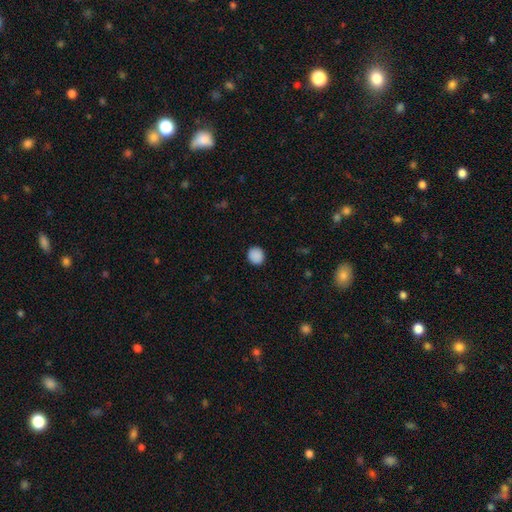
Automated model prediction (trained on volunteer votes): Smooth or featured? smooth (89%)
How rounded? round (86%)
Merging? none (91%)